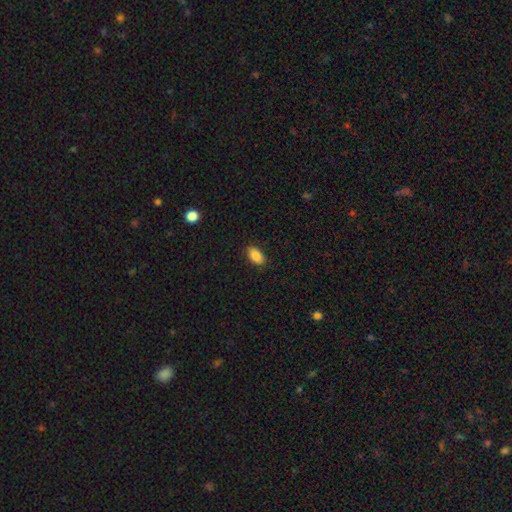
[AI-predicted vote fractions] smooth-or-featured: smooth: 86% | star or artifact: 8% | featured or disk: 6%
  how-rounded: in between: 91% | round: 4% | cigar-shaped: 4%
  merging: none: 88% | minor disturbance: 9% | major disturbance: 2% | merger: 1%